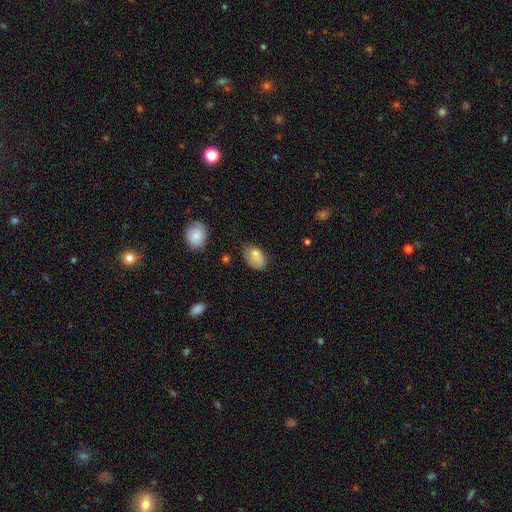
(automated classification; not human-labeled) Smooth or featured? Predicted: smooth (p=0.76). How rounded? Predicted: in between (p=0.88). Merging? Predicted: none (p=0.52).